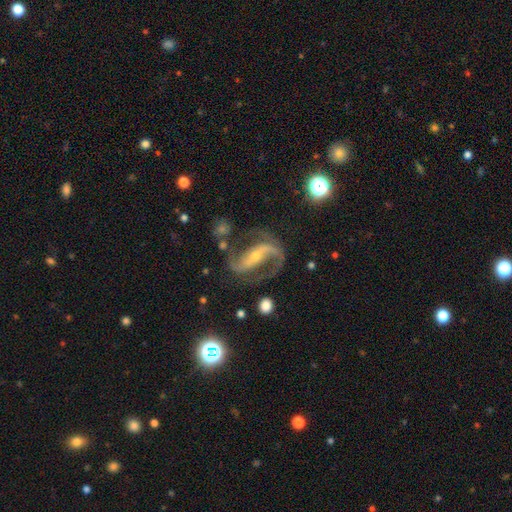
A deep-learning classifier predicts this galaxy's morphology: smooth_or_featured: featured or disk (p=0.91) [alt: star or artifact p=0.06]
disk_edge_on: no (p=0.96) [alt: yes p=0.04]
bar: strong (p=0.57) [alt: weak p=0.25]
has_spiral_arms: yes (p=0.97) [alt: no p=0.03]
spiral_winding: medium (p=0.52) [alt: loose p=0.34]
spiral_arm_count: 2 (p=0.91) [alt: 1 p=0.03]
bulge_size: small (p=0.65) [alt: moderate p=0.30]
merging: none (p=0.70) [alt: minor disturbance p=0.15]